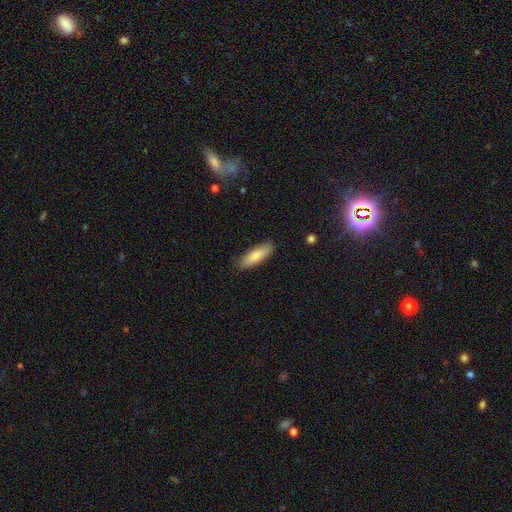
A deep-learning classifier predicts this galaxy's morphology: Smooth or featured: smooth — 80% (featured or disk — 14%)
How rounded: in between — 52% (cigar-shaped — 46%)
Merging: none — 86% (minor disturbance — 11%)